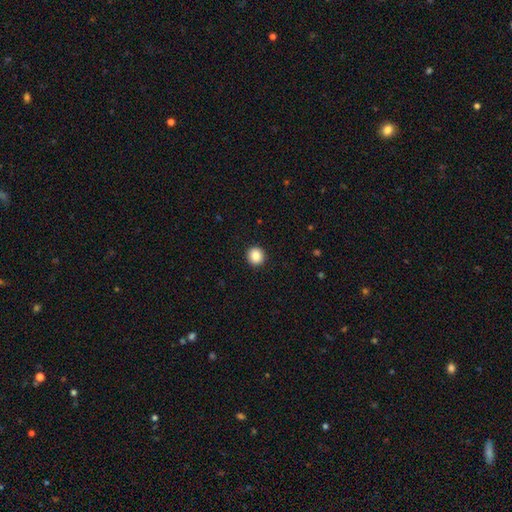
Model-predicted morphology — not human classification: Q: Smooth or featured?
A: smooth (87%); runner-up: star or artifact (9%)
Q: How rounded?
A: round (92%); runner-up: in between (7%)
Q: Merging?
A: none (93%); runner-up: minor disturbance (4%)